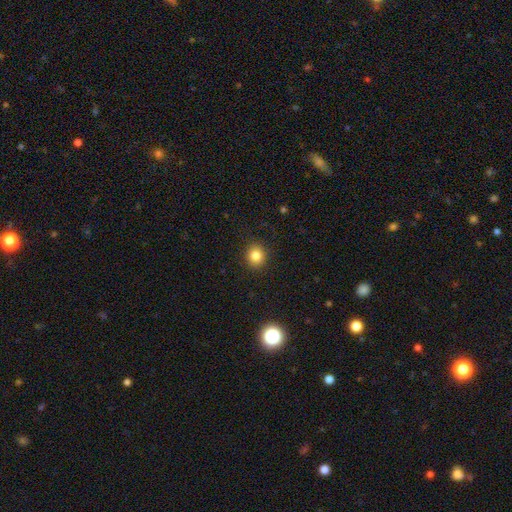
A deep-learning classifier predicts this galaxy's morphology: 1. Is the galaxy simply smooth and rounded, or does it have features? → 82% smooth, 12% star or artifact, 6% featured or disk.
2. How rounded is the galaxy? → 84% round, 15% in between, 1% cigar-shaped.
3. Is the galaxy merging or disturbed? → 91% none, 6% minor disturbance, 2% major disturbance, 1% merger.